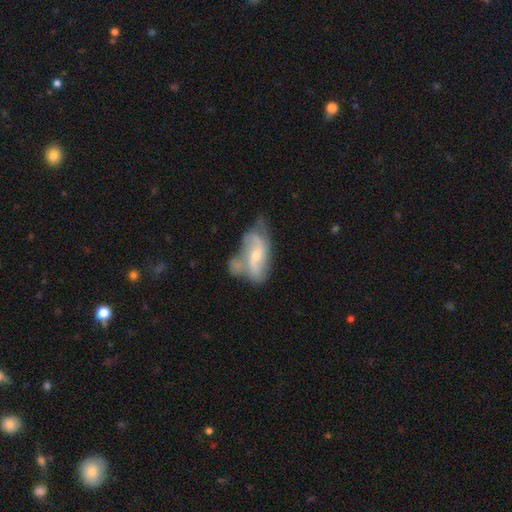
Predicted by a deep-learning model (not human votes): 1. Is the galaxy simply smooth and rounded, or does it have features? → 71% featured or disk, 22% smooth, 7% star or artifact.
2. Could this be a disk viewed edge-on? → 92% no, 8% yes.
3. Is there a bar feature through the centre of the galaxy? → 47% no, 37% weak, 16% strong.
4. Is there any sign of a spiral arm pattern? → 82% yes, 18% no.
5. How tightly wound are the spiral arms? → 55% loose, 32% medium, 13% tight.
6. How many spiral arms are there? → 73% 2, 14% can't tell, 6% 3, 4% 1, 2% 4, 1% more than 4.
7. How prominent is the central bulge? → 56% small, 39% moderate, 3% none, 2% large, 1% dominant.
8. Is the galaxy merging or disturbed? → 30% none, 29% merger, 24% minor disturbance, 17% major disturbance.